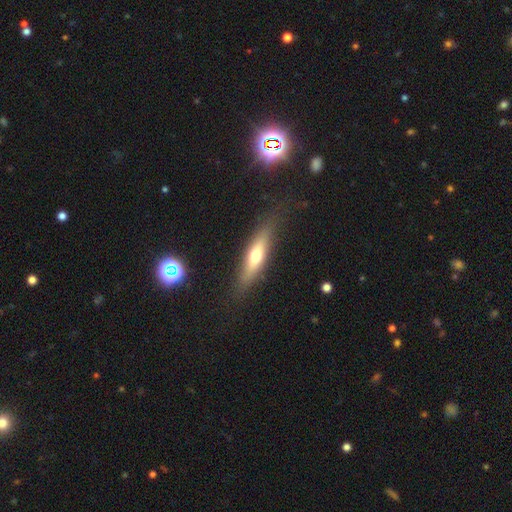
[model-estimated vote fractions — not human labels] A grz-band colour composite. It shows a smooth galaxy with no disk features (52%) that is cigar-shaped (68%). Merging: none (82%).